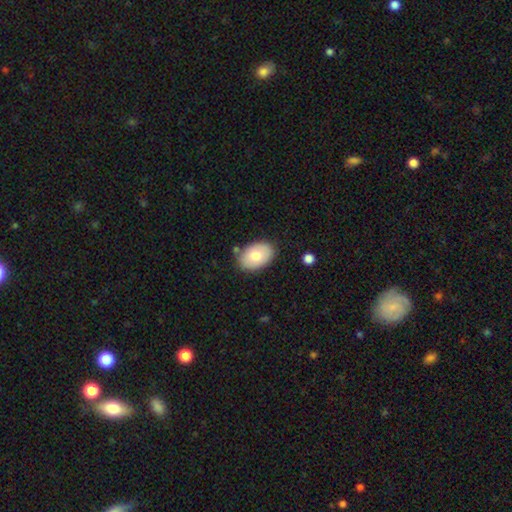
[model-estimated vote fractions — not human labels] Smooth or featured?
  - smooth: 74% *
  - featured or disk: 19%
  - star or artifact: 6%
How rounded?
  - in between: 87% *
  - round: 12%
  - cigar-shaped: 1%
Merging?
  - none: 82% *
  - minor disturbance: 12%
  - merger: 3%
  - major disturbance: 3%